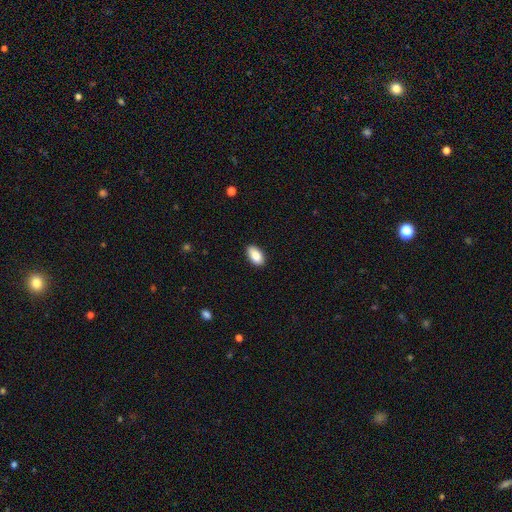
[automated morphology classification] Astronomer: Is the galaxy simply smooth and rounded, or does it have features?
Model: smooth — 87%.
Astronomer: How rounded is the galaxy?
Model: in between — 94%.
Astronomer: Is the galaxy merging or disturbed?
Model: none — 88%.